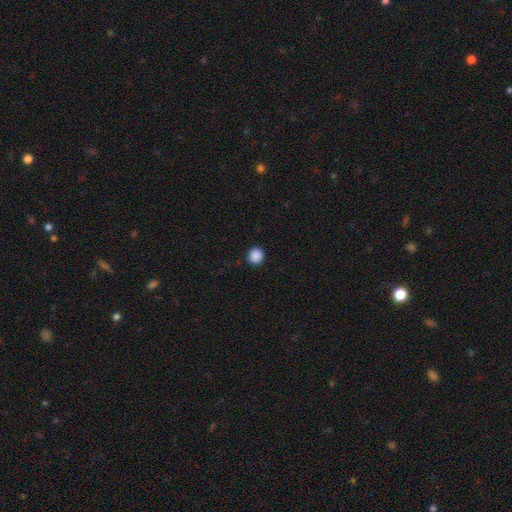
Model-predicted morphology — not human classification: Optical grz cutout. It shows a smooth galaxy with no disk features (89%) that is round (87%). Merging: none (93%).